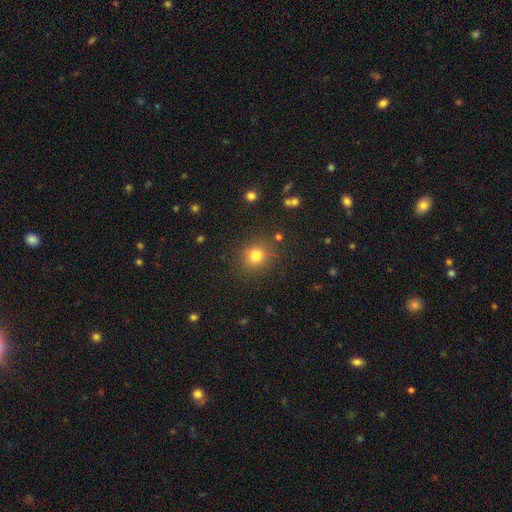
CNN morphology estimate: The model was most divided on "smooth or featured": smooth: 79%, star or artifact: 14%, featured or disk: 7%. More confident: merging — none (84%); how rounded — round (83%).